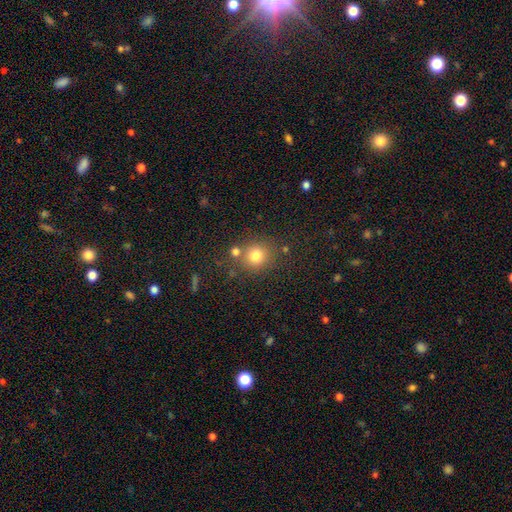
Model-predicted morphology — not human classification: type=smooth (78%); roundness=round (88%); merging=none (73%).